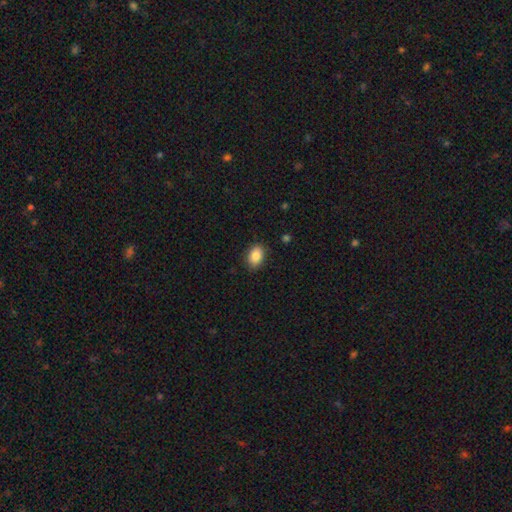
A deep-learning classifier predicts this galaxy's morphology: smooth 86%, star or artifact 8%, featured or disk 6%. Down the decision tree: how rounded — in between (83%); merging — none (87%).